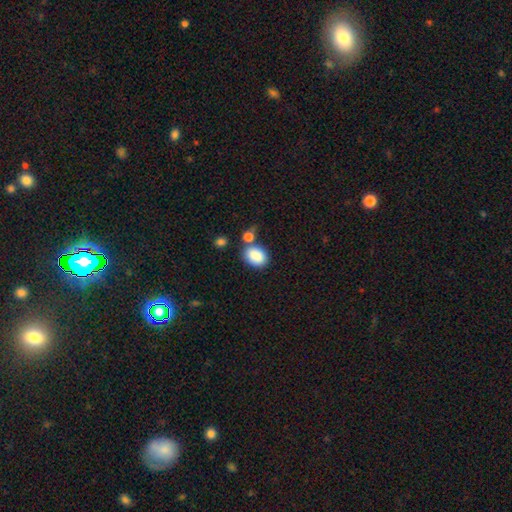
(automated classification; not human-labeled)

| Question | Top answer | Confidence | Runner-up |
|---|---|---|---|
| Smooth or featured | smooth | 87% | star or artifact (8%) |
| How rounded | in between | 69% | round (30%) |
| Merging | none | 62% | merger (18%) |